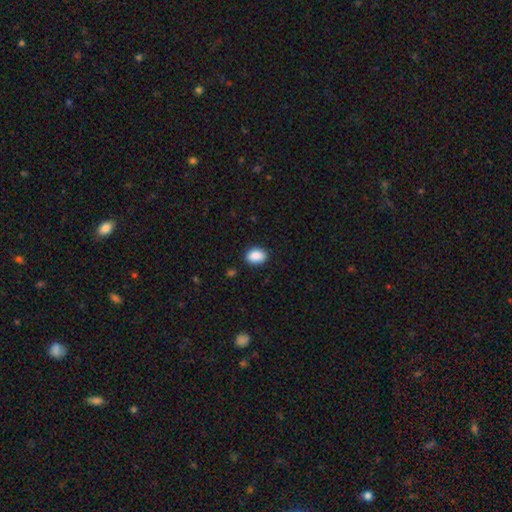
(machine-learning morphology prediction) Overall: smooth (90%). How rounded: in between (77%). Merging: none (87%).